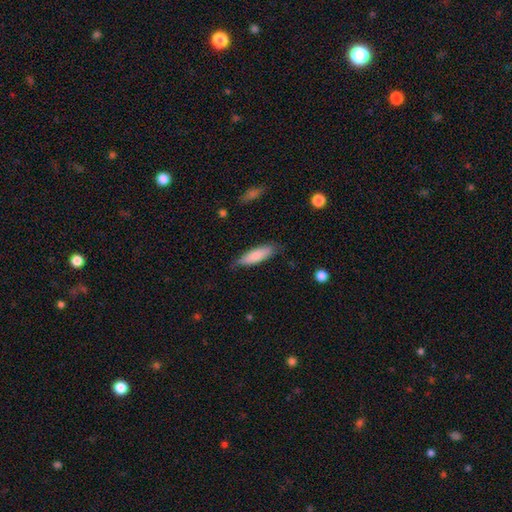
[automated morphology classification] smooth_or_featured: smooth (p=0.81) [alt: featured or disk p=0.13]
how_rounded: cigar-shaped (p=0.54) [alt: in between p=0.45]
merging: none (p=0.77) [alt: minor disturbance p=0.18]